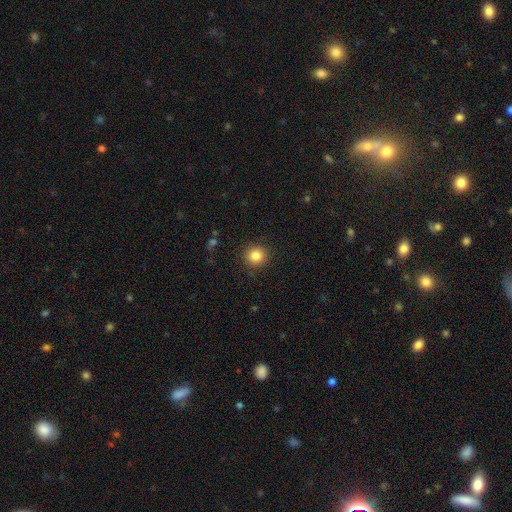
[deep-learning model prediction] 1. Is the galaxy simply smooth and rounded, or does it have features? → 84% smooth, 11% star or artifact, 5% featured or disk.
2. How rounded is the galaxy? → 92% round, 8% in between, 1% cigar-shaped.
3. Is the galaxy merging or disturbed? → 90% none, 7% minor disturbance, 2% major disturbance, 1% merger.